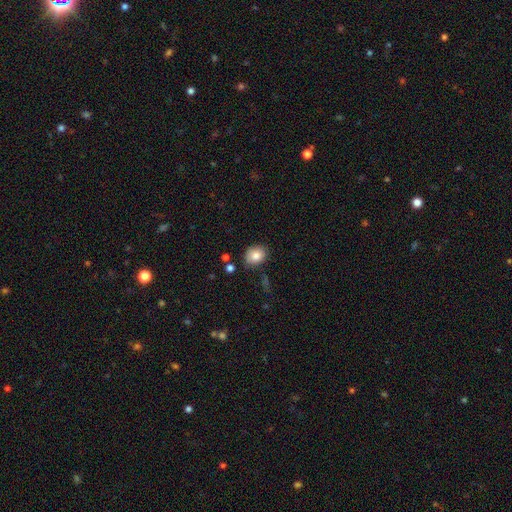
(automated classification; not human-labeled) The model was most divided on "how rounded": in between: 53%, round: 46%, cigar-shaped: 1%. More confident: smooth or featured — smooth (82%); merging — none (79%).